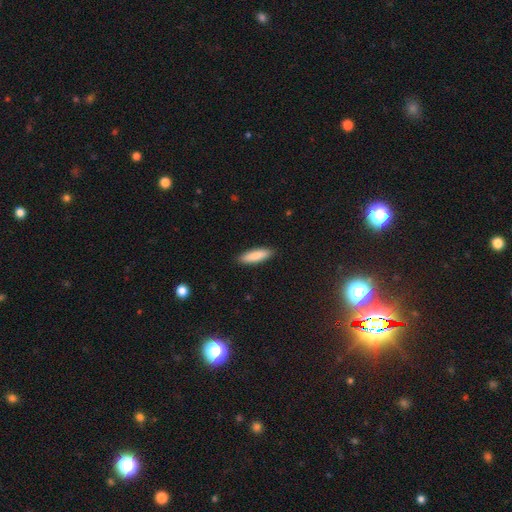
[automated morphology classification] smooth 87%, featured or disk 8%, star or artifact 5%. Down the decision tree: how rounded — cigar-shaped (56%); merging — none (90%).